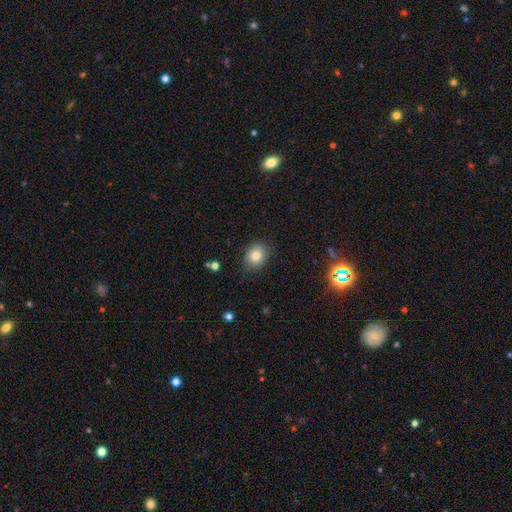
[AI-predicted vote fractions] Morphology: type=smooth (82%); roundness=round (52%); merging=none (82%).